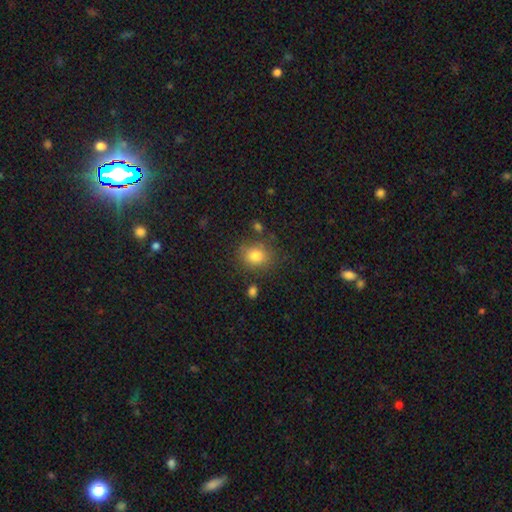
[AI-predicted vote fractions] Smooth or featured: smooth — 82% (star or artifact — 11%)
How rounded: round — 61% (in between — 38%)
Merging: none — 77% (minor disturbance — 13%)